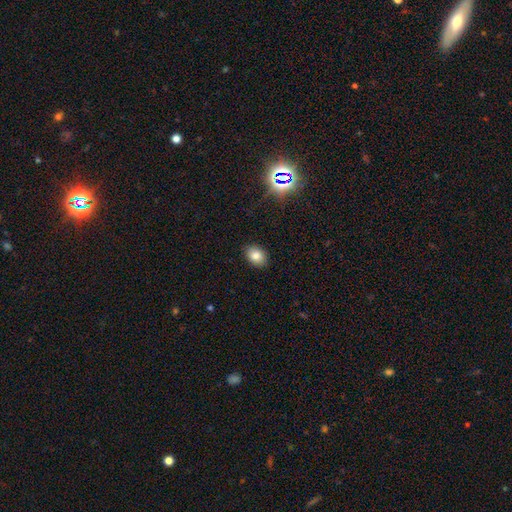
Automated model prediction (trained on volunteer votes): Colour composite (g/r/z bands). It shows a smooth galaxy with no disk features (82%) that is in between round and cigar-shaped (75%). Merging: none (88%).